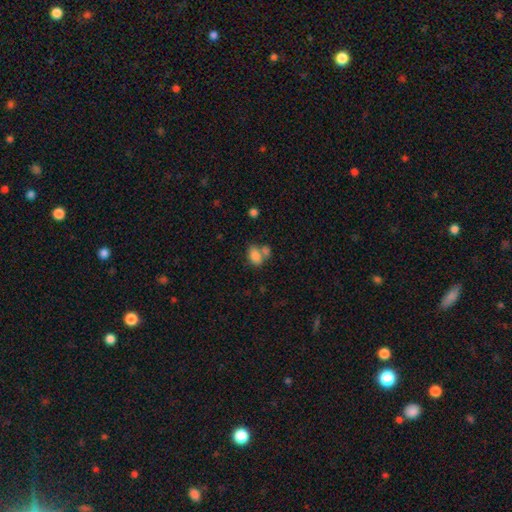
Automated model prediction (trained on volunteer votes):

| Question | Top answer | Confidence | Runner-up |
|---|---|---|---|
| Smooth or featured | smooth | 82% | featured or disk (9%) |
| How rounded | in between | 82% | round (17%) |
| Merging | merger | 46% | none (37%) |